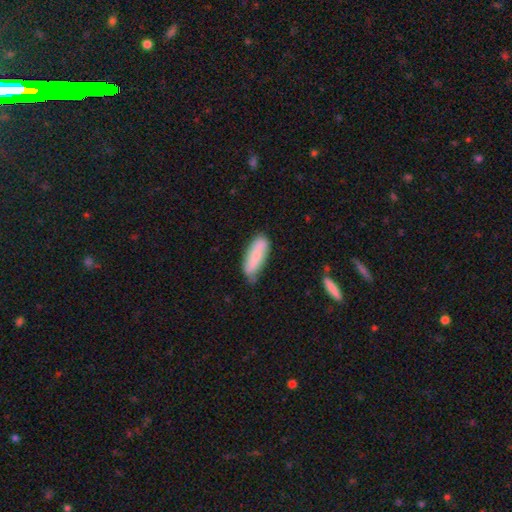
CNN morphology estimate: A smooth galaxy with no disk features (80%) that is in between round and cigar-shaped (57%). Merging: none (65%).